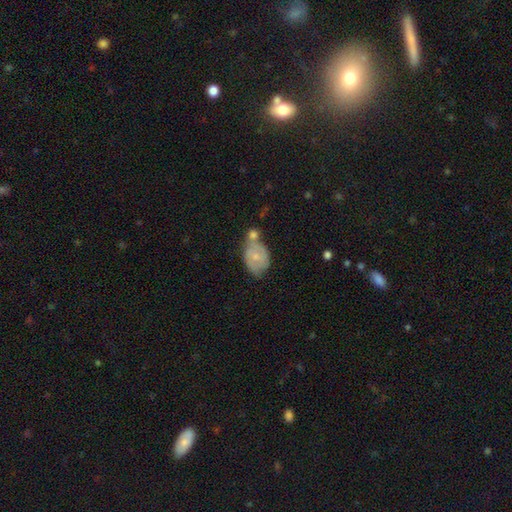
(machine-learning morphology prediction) A smooth galaxy with no disk features (49%). Merging: merger (39%).